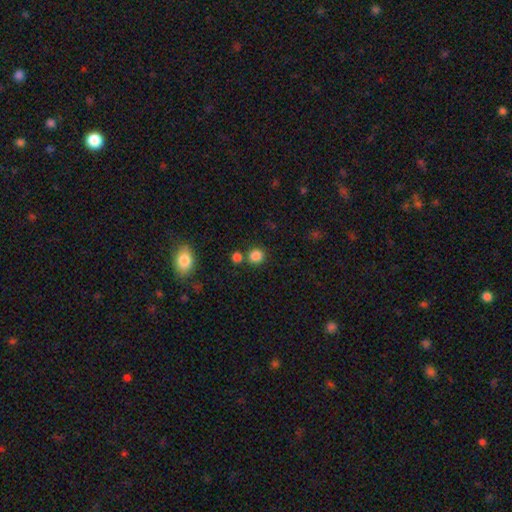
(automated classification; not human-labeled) This appears to be a smooth galaxy with no disk features (84%) that is round (87%). Merging: none (74%).